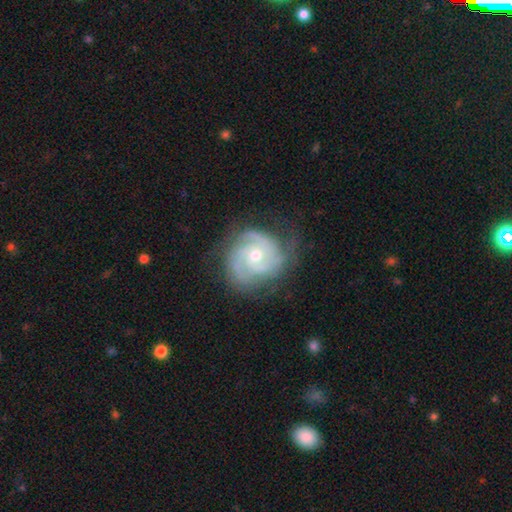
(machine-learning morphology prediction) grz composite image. It shows a featured or disk galaxy (88%) with no bar (74%), 3 (47%) tight (63%) spiral arms (97%) and a moderate central bulge (57%). Merging: none (70%).